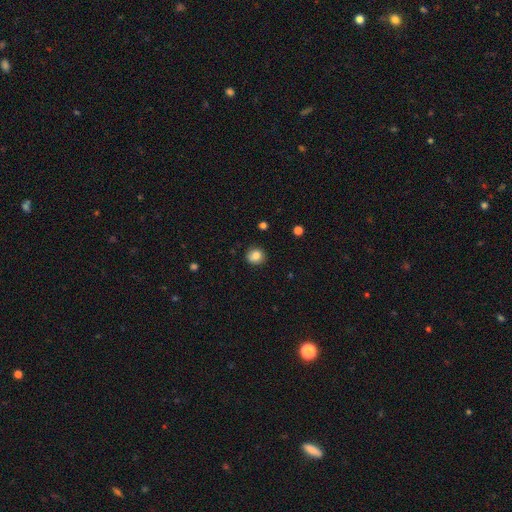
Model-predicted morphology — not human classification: This appears to be a smooth galaxy with no disk features (82%) that is round (85%). Merging: none (85%).